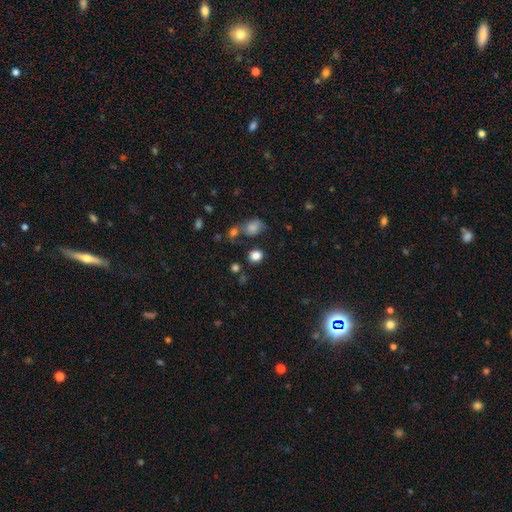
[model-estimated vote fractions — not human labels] Smooth or featured? Predicted: smooth (p=0.83). How rounded? Predicted: round (p=0.62). Merging? Predicted: none (p=0.73).